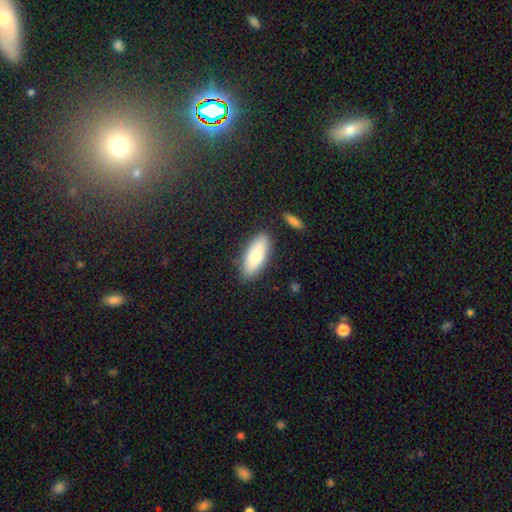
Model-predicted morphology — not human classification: This appears to be a smooth galaxy with no disk features (80%) that is in between round and cigar-shaped (72%). Merging: none (83%).